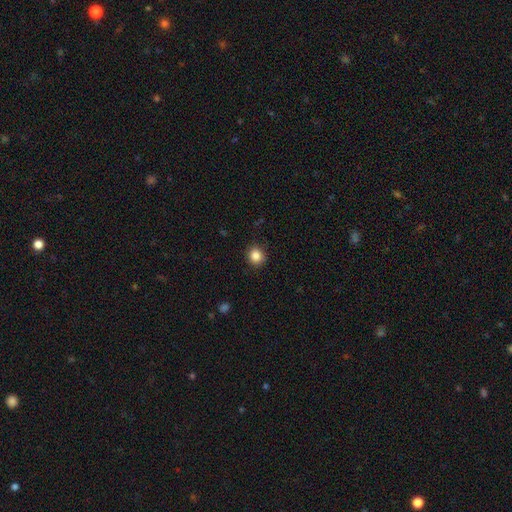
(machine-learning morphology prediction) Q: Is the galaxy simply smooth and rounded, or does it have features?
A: smooth — 86%.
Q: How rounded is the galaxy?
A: round — 85%.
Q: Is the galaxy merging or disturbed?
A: none — 89%.